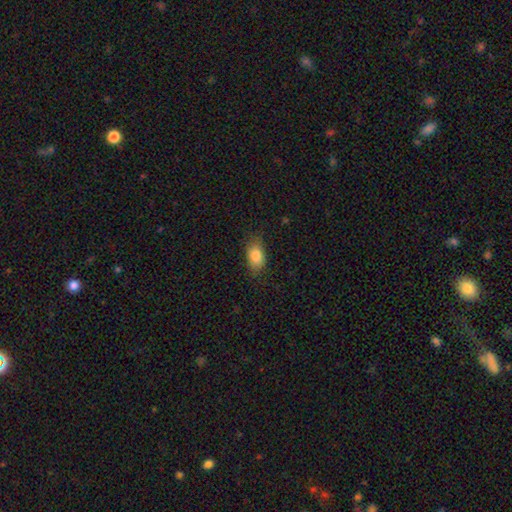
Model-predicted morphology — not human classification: A smooth galaxy with no disk features (85%) that is in between round and cigar-shaped (86%). Merging: none (78%).